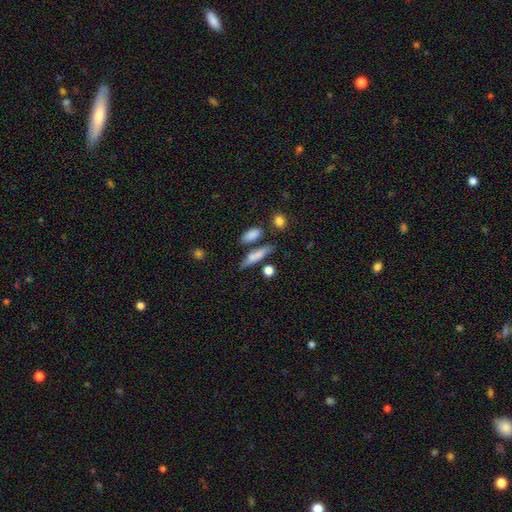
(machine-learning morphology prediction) smooth 73%, featured or disk 19%, star or artifact 7%. Down the decision tree: how rounded — cigar-shaped (68%); merging — none (67%).